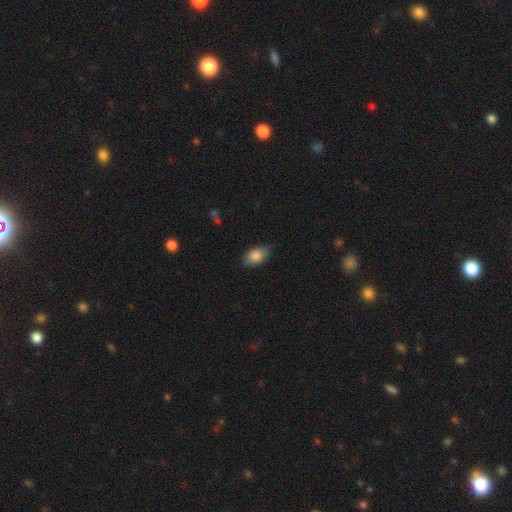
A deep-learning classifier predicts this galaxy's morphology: The model was most divided on "merging": none: 81%, minor disturbance: 15%, major disturbance: 2%, merger: 1%. More confident: how rounded — in between (91%); smooth or featured — smooth (85%).